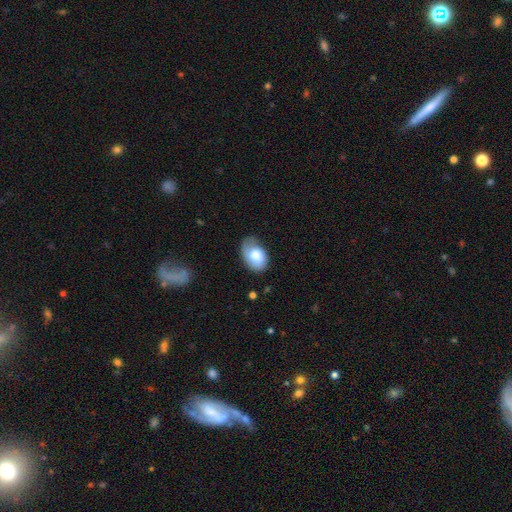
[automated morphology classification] Smooth or featured? smooth (73%)
How rounded? in between (85%)
Merging? none (52%)